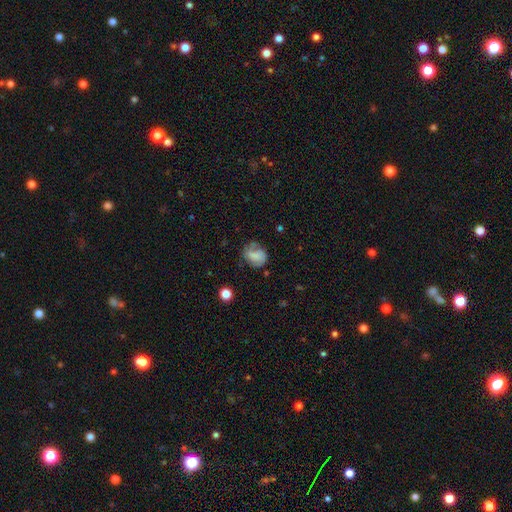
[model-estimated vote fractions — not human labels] The model was most divided on "how rounded": round: 57%, in between: 42%, cigar-shaped: 1%. Remaining: smooth or featured — smooth (58%); merging — none (50%).